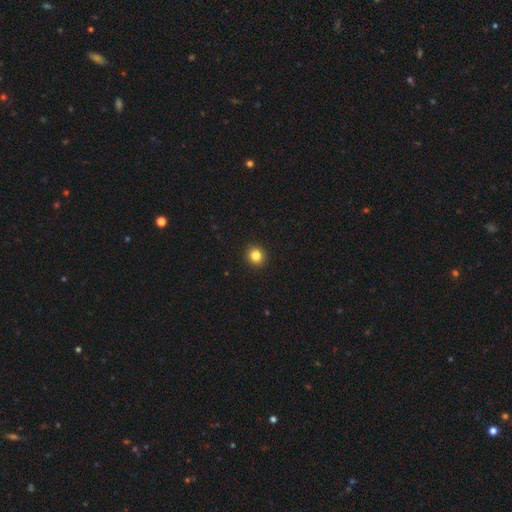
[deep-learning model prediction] Morphology: type=smooth (84%); roundness=round (84%); merging=none (93%).